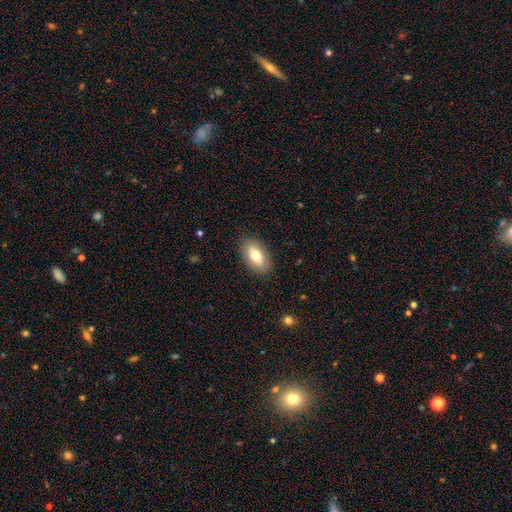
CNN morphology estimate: Q: Smooth or featured?
A: smooth (74%); runner-up: featured or disk (20%)
Q: How rounded?
A: in between (91%); runner-up: cigar-shaped (5%)
Q: Merging?
A: none (87%); runner-up: minor disturbance (9%)